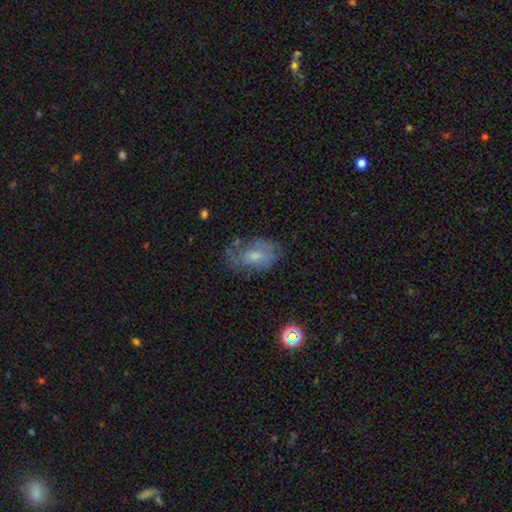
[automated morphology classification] Smooth or featured: smooth — 50% (featured or disk — 40%)
Merging: none — 49% (minor disturbance — 28%)